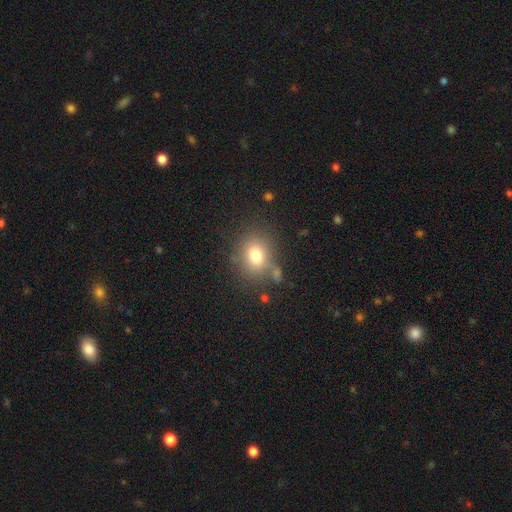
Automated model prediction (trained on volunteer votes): smooth-or-featured: smooth: 76% | star or artifact: 12% | featured or disk: 11%
  how-rounded: round: 56% | in between: 42% | cigar-shaped: 1%
  merging: none: 70% | minor disturbance: 15% | merger: 8% | major disturbance: 7%